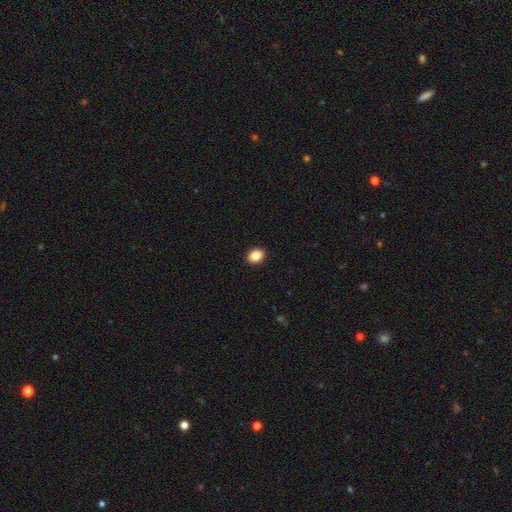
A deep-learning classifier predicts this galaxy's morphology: This is clearly a smooth galaxy (86%). How rounded: possibly in between (59%). Merging: clearly none (92%).